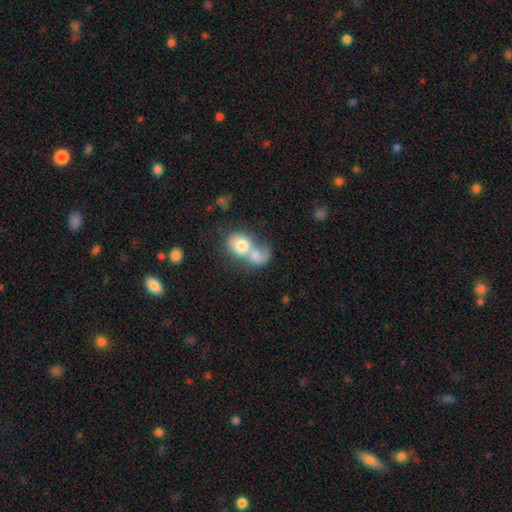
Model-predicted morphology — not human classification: smooth_or_featured: smooth (p=0.67) [alt: featured or disk p=0.25]
how_rounded: round (p=0.56) [alt: in between p=0.43]
merging: merger (p=0.79) [alt: none p=0.09]